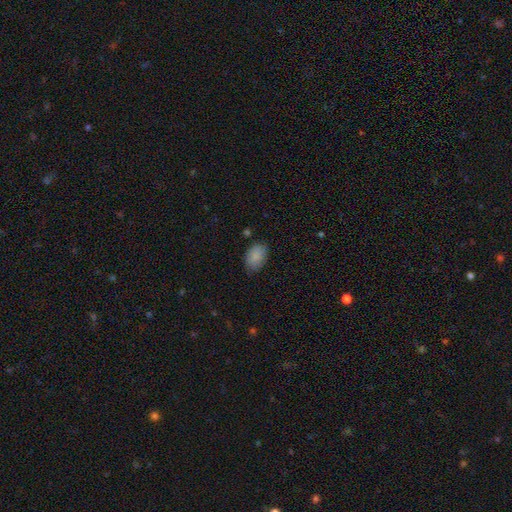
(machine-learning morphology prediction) Smooth or featured? smooth (86%)
How rounded? in between (86%)
Merging? none (76%)